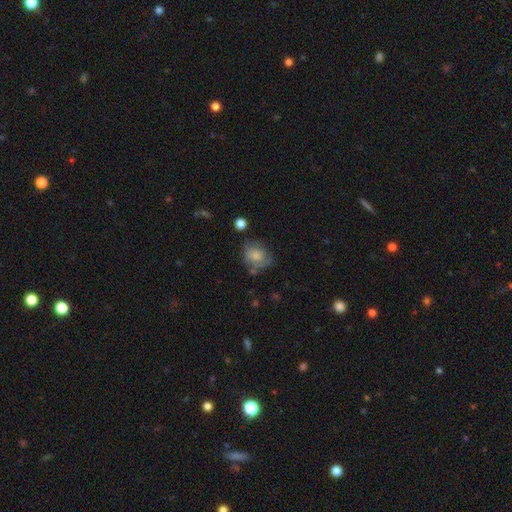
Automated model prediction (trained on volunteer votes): A smooth galaxy with no disk features (70%) that is round (60%).

Vote fractions:
- Smooth or featured? smooth: 70% / featured or disk: 21% / star or artifact: 9%
- How rounded? round: 60% / in between: 39% / cigar-shaped: 1%
- Merging? none: 50% / minor disturbance: 28% / major disturbance: 14% / merger: 8%